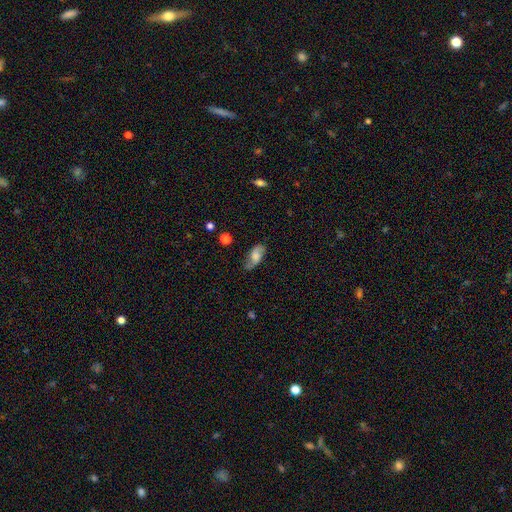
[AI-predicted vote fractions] Q: Smooth or featured?
A: smooth (57%); runner-up: featured or disk (34%)
Q: How rounded?
A: in between (87%); runner-up: cigar-shaped (9%)
Q: Merging?
A: none (62%); runner-up: minor disturbance (27%)